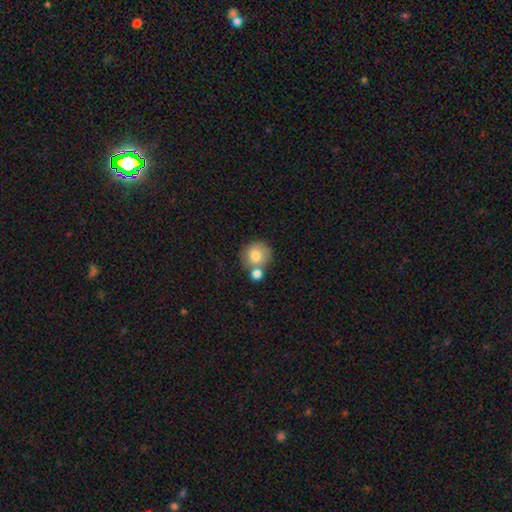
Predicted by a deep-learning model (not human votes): Smooth or featured? Predicted: smooth (p=0.79). How rounded? Predicted: round (p=0.89). Merging? Predicted: none (p=0.51).